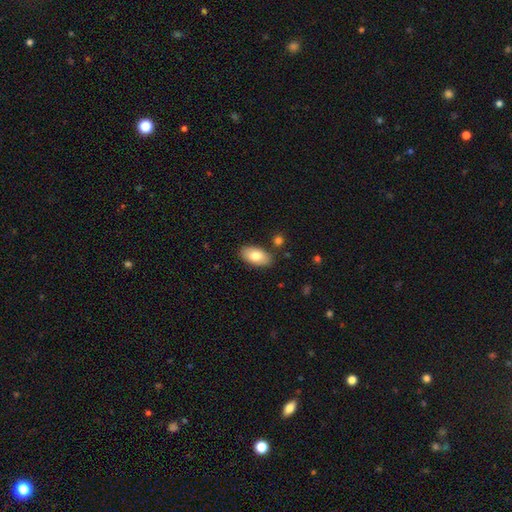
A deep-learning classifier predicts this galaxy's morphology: A smooth galaxy with no disk features (81%) that is in between round and cigar-shaped (94%). Merging: none (84%).